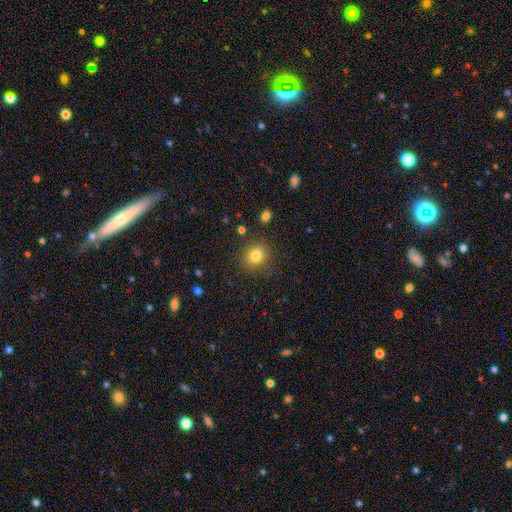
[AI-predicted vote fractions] Q: Smooth or featured?
A: smooth (78%); runner-up: star or artifact (13%)
Q: How rounded?
A: round (73%); runner-up: in between (26%)
Q: Merging?
A: none (77%); runner-up: minor disturbance (13%)